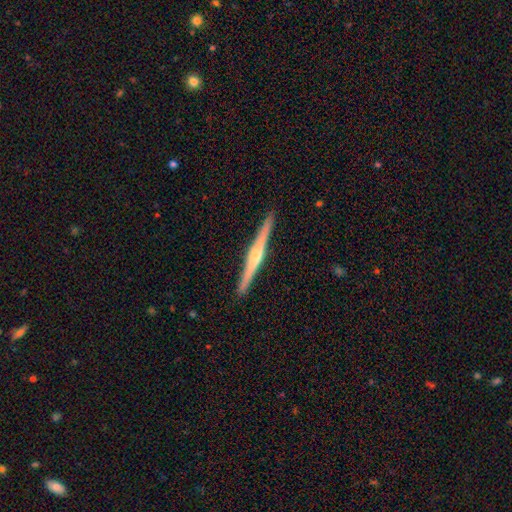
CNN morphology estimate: type=featured or disk (76%); edge-on=yes (98%); edge-on bulge=rounded (80%); merging=none (92%).